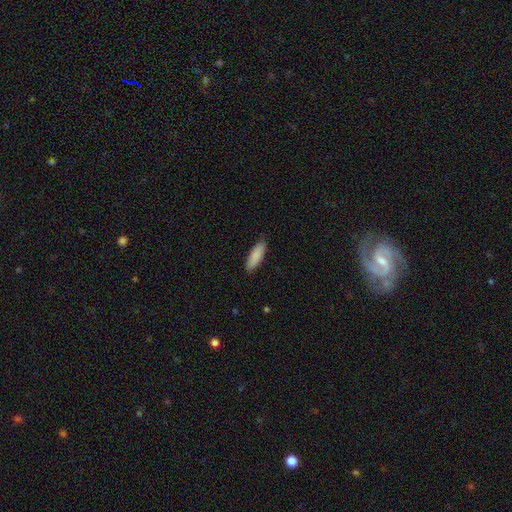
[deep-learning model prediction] Smooth or featured? Predicted: smooth (p=0.89). How rounded? Predicted: in between (p=0.52). Merging? Predicted: none (p=0.87).